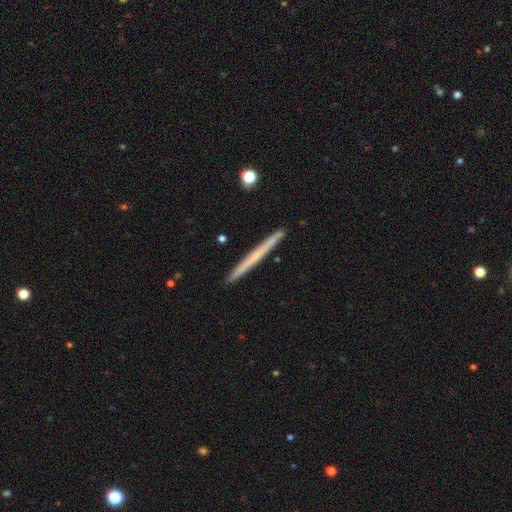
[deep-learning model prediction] smooth_or_featured: smooth (p=0.51) [alt: featured or disk p=0.43]
how_rounded: cigar-shaped (p=0.97) [alt: in between p=0.01]
merging: none (p=0.93) [alt: minor disturbance p=0.05]